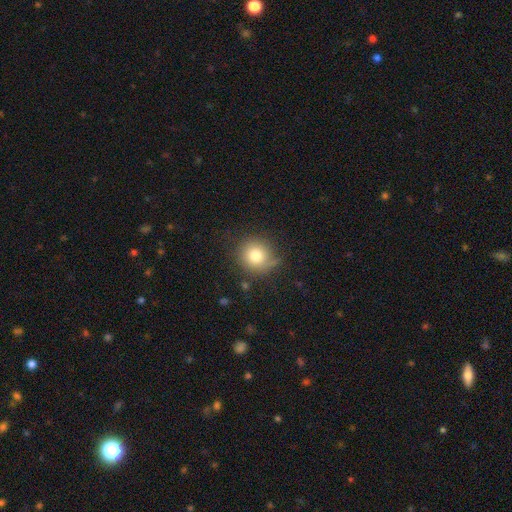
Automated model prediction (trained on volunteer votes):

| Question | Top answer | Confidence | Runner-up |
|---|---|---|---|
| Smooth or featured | smooth | 78% | star or artifact (11%) |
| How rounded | round | 92% | in between (7%) |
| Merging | none | 73% | minor disturbance (18%) |